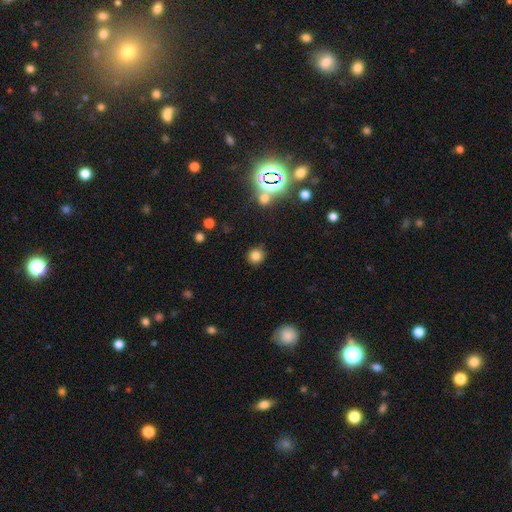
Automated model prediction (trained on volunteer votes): A smooth galaxy with no disk features (79%) that is round (90%). Merging: none (87%).